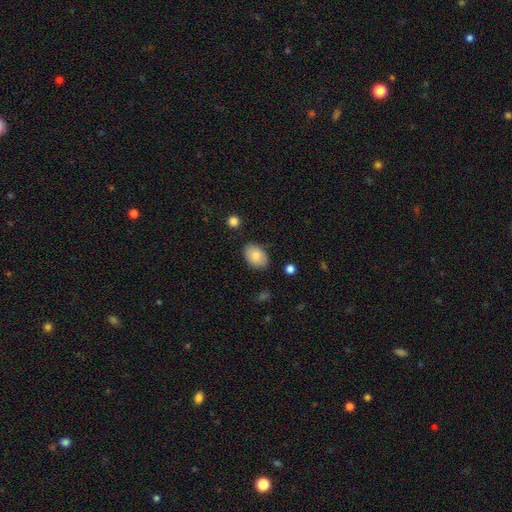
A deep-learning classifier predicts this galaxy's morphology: Smooth or featured: smooth — 83% (featured or disk — 10%)
How rounded: in between — 84% (round — 15%)
Merging: none — 83% (minor disturbance — 13%)